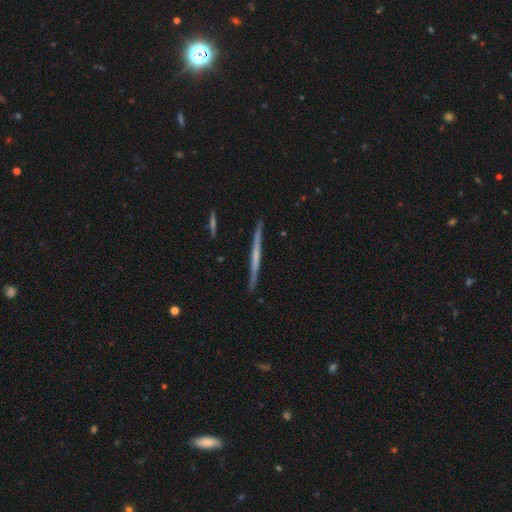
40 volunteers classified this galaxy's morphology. smooth_or_featured: featured or disk (p=0.60) [alt: smooth p=0.28]
disk_edge_on: yes (p=1.00)
edge_on_bulge: none (p=0.92) [alt: boxy p=0.08]
merging: none (p=0.80) [alt: minor disturbance p=0.11]